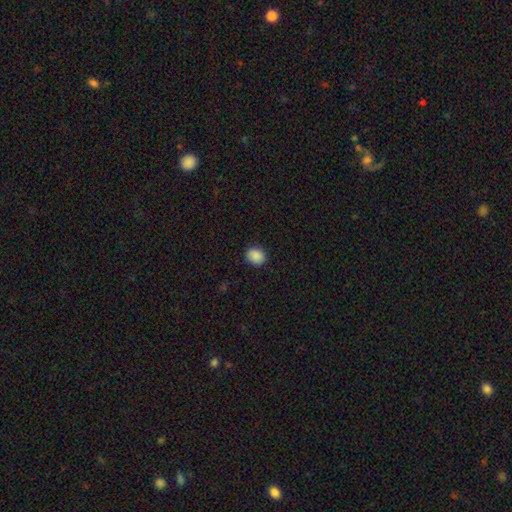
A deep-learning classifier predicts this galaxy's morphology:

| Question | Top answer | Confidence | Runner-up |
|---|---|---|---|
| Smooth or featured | smooth | 89% | star or artifact (8%) |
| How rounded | round | 54% | in between (45%) |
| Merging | none | 89% | minor disturbance (8%) |